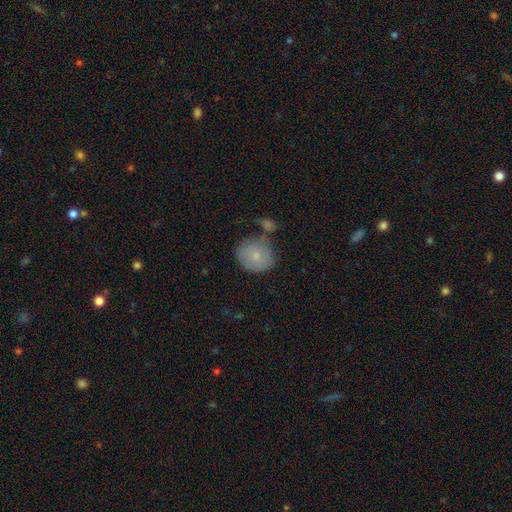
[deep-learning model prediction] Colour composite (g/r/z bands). It shows a smooth galaxy with no disk features (77%) that is round (82%). Merging: none (59%).